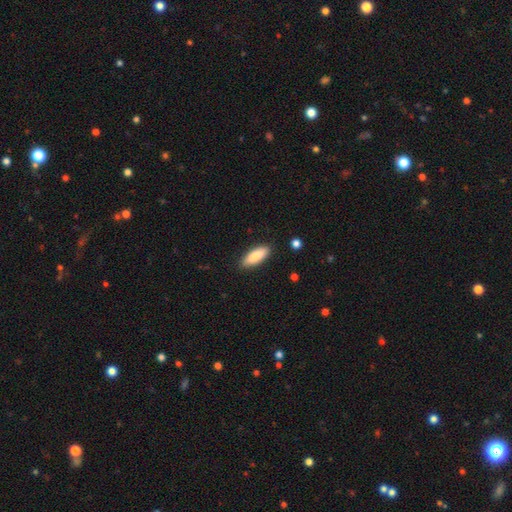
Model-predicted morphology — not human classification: This is clearly a smooth galaxy (86%). How rounded: likely in between (63%). Merging: clearly none (88%).